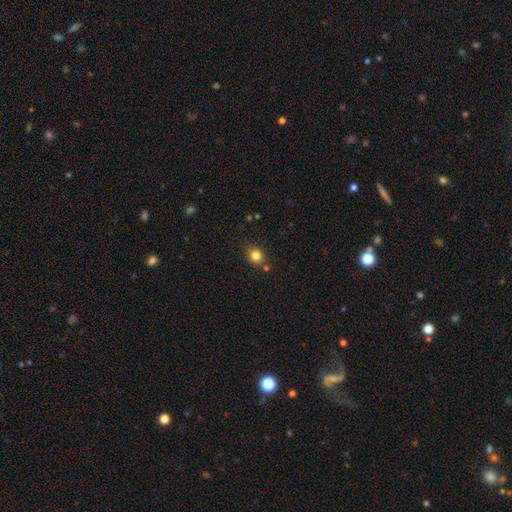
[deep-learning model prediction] smooth_or_featured: smooth (p=0.82) [alt: star or artifact p=0.12]
how_rounded: round (p=0.78) [alt: in between p=0.21]
merging: none (p=0.80) [alt: minor disturbance p=0.11]